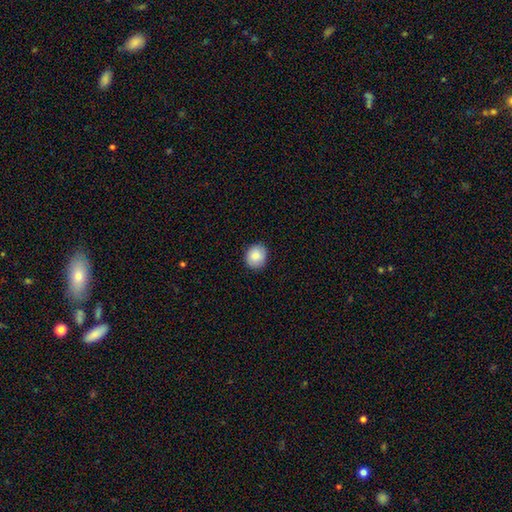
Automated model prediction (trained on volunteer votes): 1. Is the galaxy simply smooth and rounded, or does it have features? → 87% smooth, 8% star or artifact, 5% featured or disk.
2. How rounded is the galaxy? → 80% round, 19% in between, 1% cigar-shaped.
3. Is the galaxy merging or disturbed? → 88% none, 9% minor disturbance, 2% major disturbance, 1% merger.